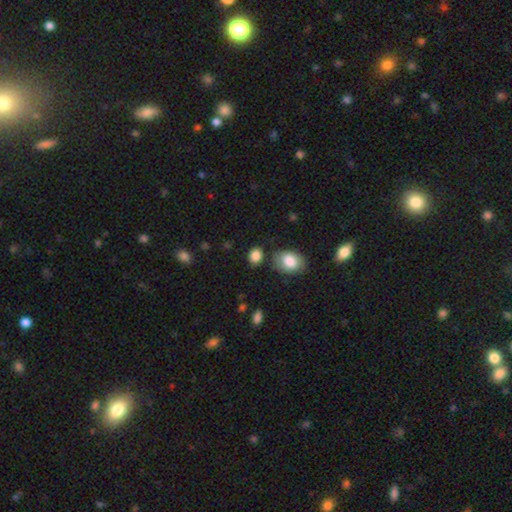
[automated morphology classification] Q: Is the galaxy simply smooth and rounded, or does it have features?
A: smooth — 86%.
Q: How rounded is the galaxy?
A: round — 51%.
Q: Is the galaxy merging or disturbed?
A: none — 72%.